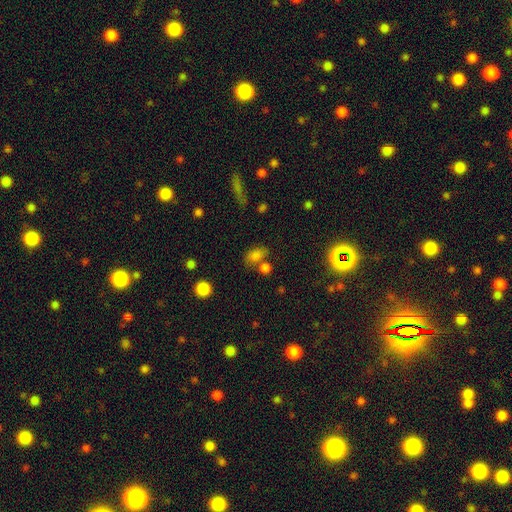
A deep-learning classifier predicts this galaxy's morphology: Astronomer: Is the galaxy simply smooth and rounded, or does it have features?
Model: smooth — 77%.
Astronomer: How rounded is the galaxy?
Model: in between — 76%.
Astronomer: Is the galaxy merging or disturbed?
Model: none — 51%.